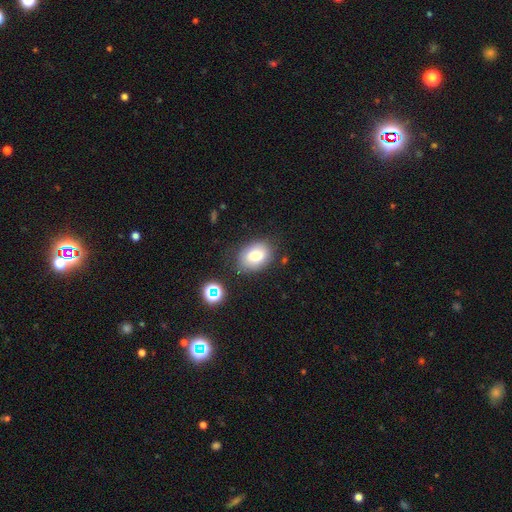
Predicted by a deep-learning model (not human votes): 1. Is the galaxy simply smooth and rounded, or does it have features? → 80% smooth, 11% featured or disk, 9% star or artifact.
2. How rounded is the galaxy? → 77% in between, 22% round, 1% cigar-shaped.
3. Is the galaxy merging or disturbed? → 74% none, 18% minor disturbance, 5% major disturbance, 3% merger.